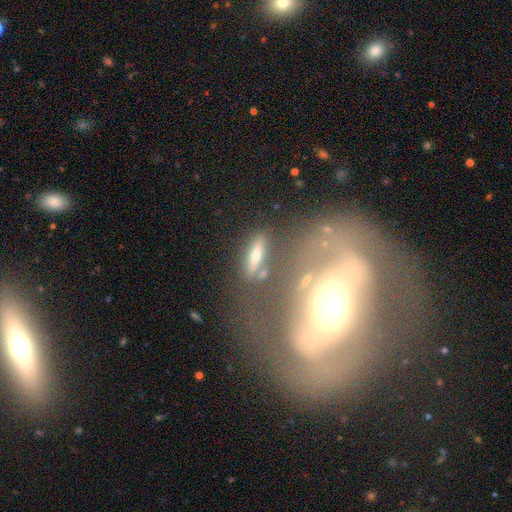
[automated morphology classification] This appears to be a featured or disk galaxy (57%). Merging: none (49%).